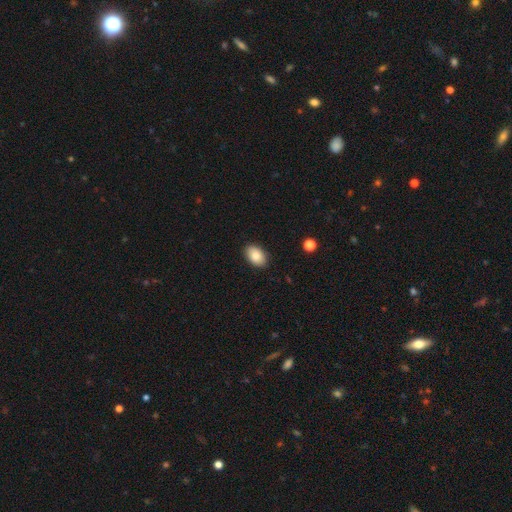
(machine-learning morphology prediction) This is clearly a smooth galaxy (87%). How rounded: clearly in between (88%). Merging: clearly none (88%).